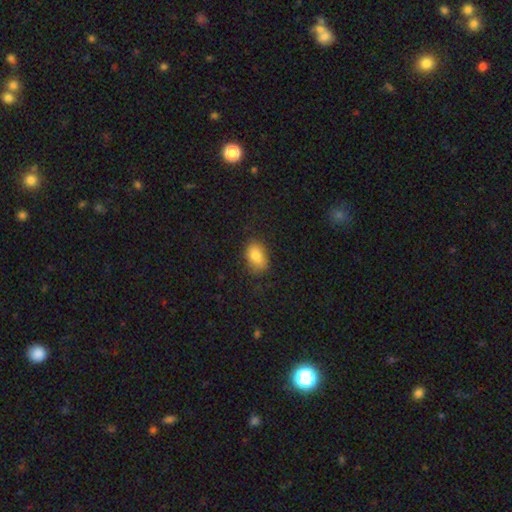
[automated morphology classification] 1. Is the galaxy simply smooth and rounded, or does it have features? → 84% smooth, 9% star or artifact, 8% featured or disk.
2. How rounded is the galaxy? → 86% in between, 12% round, 2% cigar-shaped.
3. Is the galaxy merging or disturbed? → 74% none, 19% minor disturbance, 6% major disturbance, 1% merger.